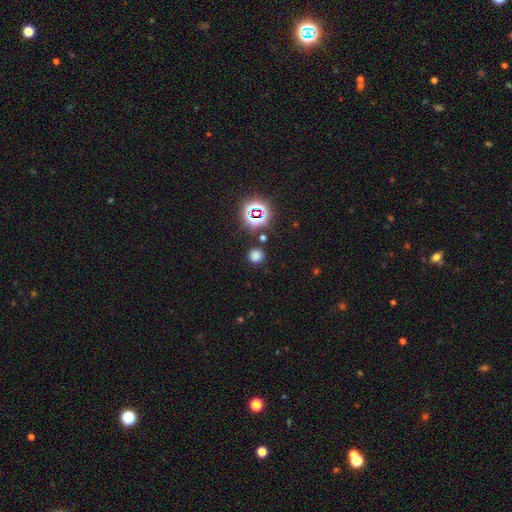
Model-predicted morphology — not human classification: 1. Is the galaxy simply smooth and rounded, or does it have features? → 68% smooth, 27% star or artifact, 5% featured or disk.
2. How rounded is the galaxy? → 90% round, 9% in between, 1% cigar-shaped.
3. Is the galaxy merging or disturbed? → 86% none, 8% minor disturbance, 3% major disturbance, 3% merger.